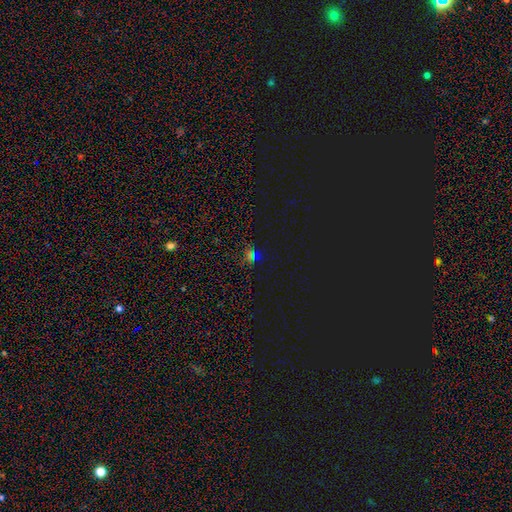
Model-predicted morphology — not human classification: smooth_or_featured: star or artifact (p=0.60) [alt: smooth p=0.33]